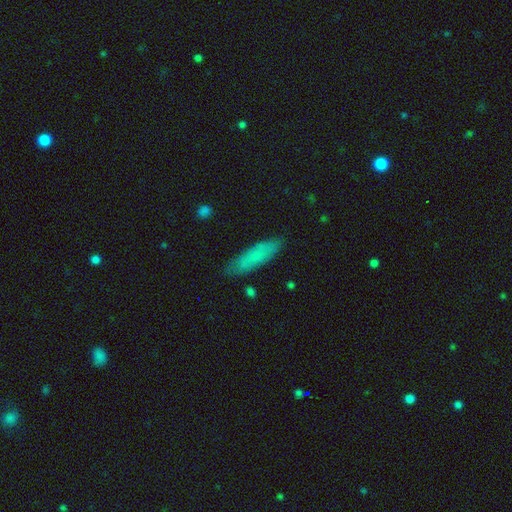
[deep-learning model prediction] Smooth or featured? Predicted: smooth (p=0.75). How rounded? Predicted: cigar-shaped (p=0.64). Merging? Predicted: none (p=0.82).